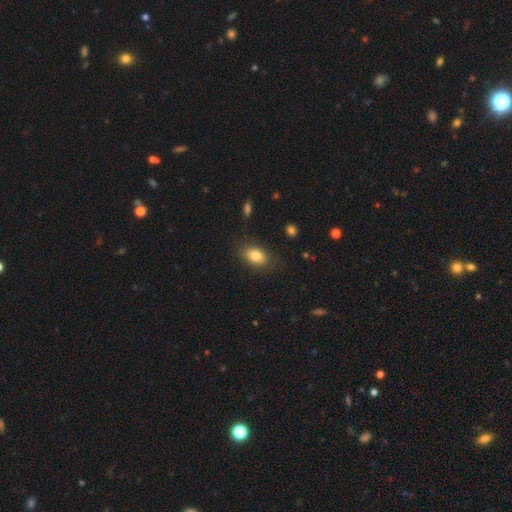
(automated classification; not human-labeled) smooth-or-featured: smooth: 83% | featured or disk: 8% | star or artifact: 8%
  how-rounded: in between: 86% | round: 11% | cigar-shaped: 2%
  merging: none: 81% | minor disturbance: 13% | major disturbance: 4% | merger: 1%